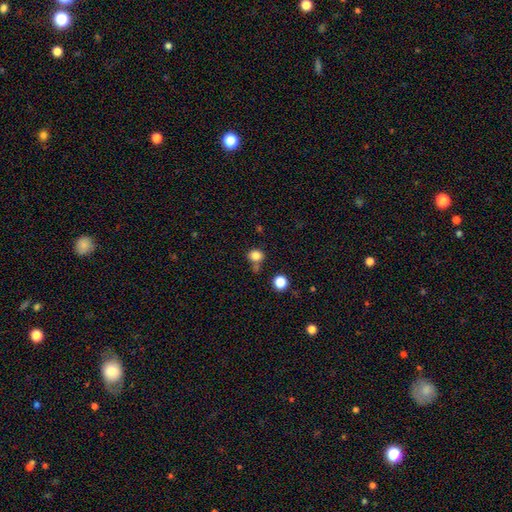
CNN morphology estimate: This appears to be a smooth galaxy with no disk features (83%) that is round (80%). Merging: none (66%).